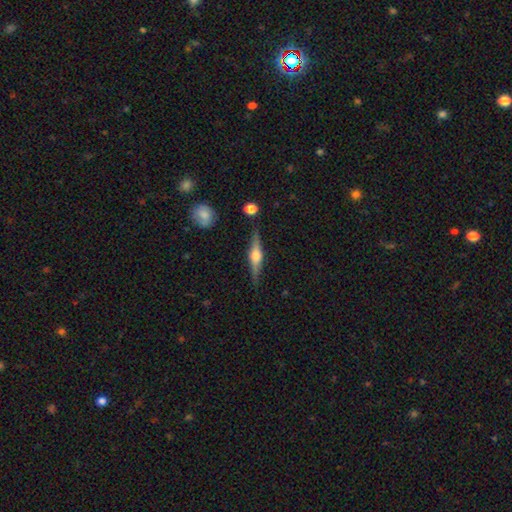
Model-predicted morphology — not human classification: featured or disk 75%, smooth 19%, star or artifact 6%. Down the decision tree: edge-on disk — yes (97%); edge-on bulge — rounded (91%); merging — none (86%).